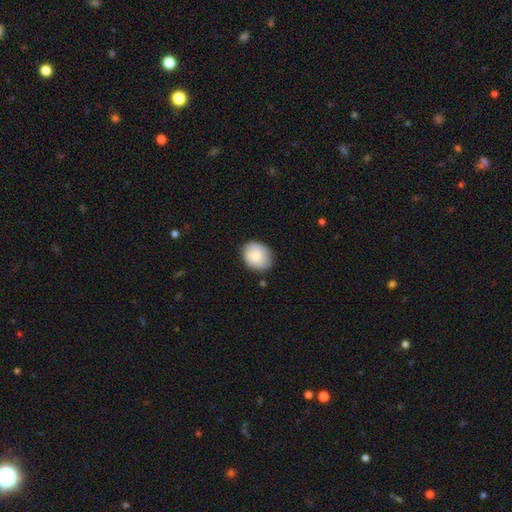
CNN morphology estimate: A smooth galaxy with no disk features (80%) that is round (55%). Merging: none (80%).